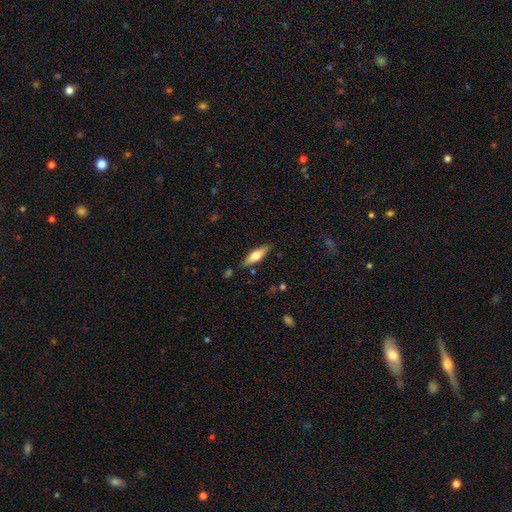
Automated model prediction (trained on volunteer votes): Overall: smooth (53%; featured or disk 40%). How rounded: cigar-shaped (52%; in between 46%). Merging: none (84%).